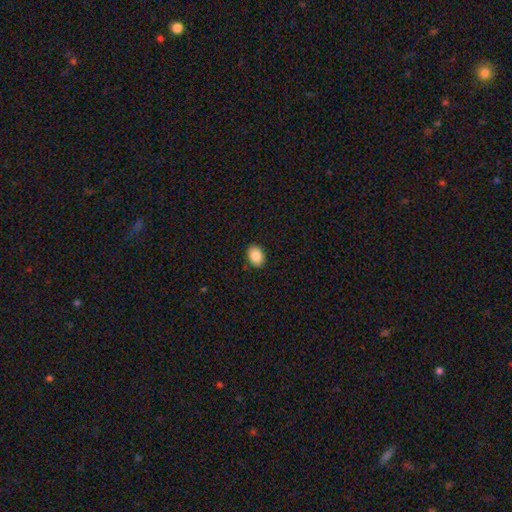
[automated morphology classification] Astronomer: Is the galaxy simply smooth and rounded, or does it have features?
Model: smooth — 88%.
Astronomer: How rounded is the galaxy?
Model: in between — 75%.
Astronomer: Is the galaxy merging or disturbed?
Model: none — 89%.